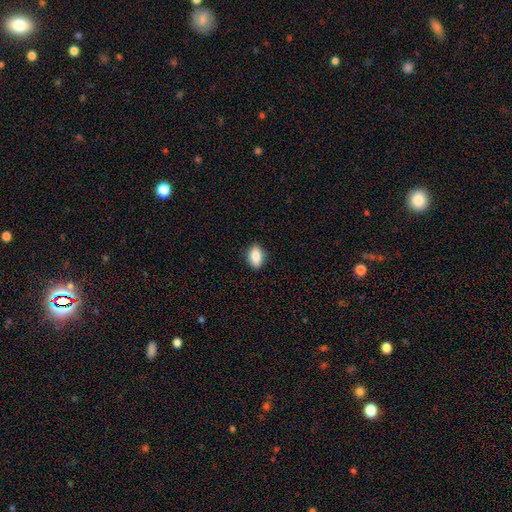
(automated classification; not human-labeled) smooth-or-featured: smooth: 82% | featured or disk: 10% | star or artifact: 7%
  how-rounded: in between: 84% | round: 11% | cigar-shaped: 5%
  merging: none: 86% | minor disturbance: 11% | major disturbance: 2% | merger: 1%